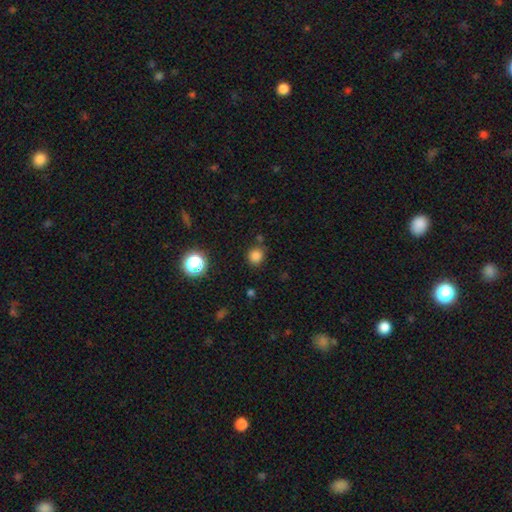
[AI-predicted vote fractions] Smooth or featured: smooth — 80% (star or artifact — 16%)
How rounded: round — 86% (in between — 13%)
Merging: none — 80% (minor disturbance — 11%)